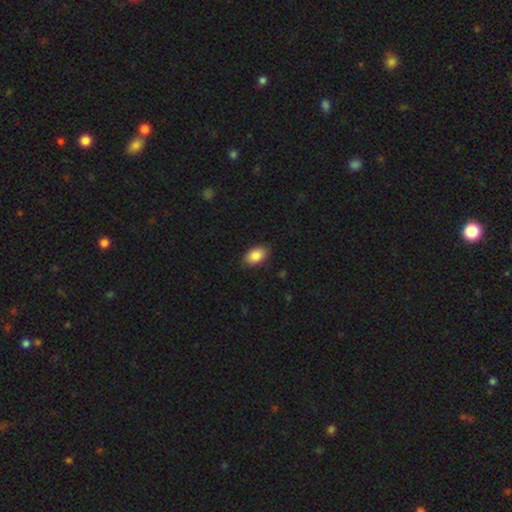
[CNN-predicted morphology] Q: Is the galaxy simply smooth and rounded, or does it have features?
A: smooth — 87%.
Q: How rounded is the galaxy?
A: in between — 91%.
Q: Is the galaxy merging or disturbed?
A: none — 86%.